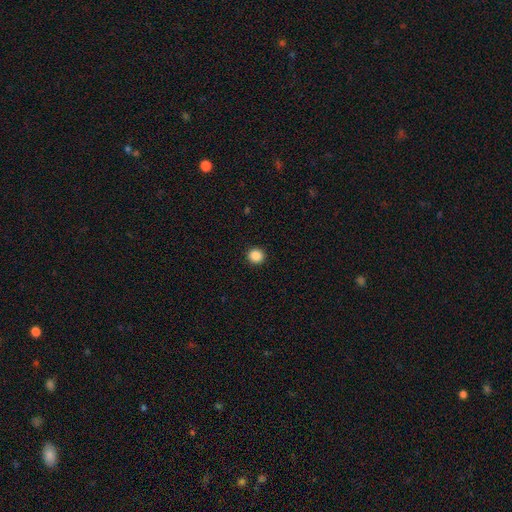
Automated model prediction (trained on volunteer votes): This is clearly a smooth galaxy (88%). How rounded: clearly round (93%). Merging: clearly none (93%).